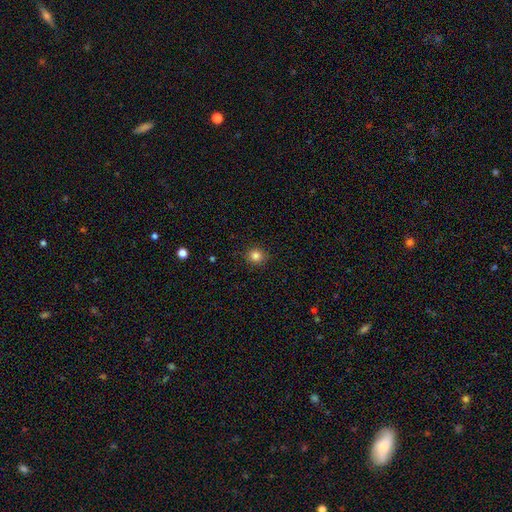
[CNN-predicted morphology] Smooth or featured? Predicted: smooth (p=0.83). How rounded? Predicted: round (p=0.90). Merging? Predicted: none (p=0.90).